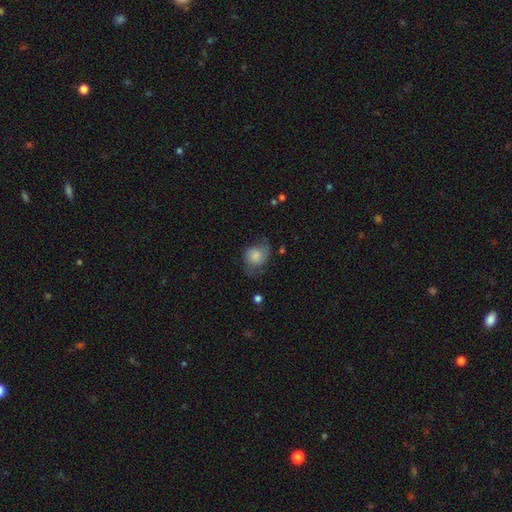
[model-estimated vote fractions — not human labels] Smooth or featured: smooth — 63% (featured or disk — 28%)
How rounded: round — 58% (in between — 41%)
Merging: none — 46% (minor disturbance — 31%)